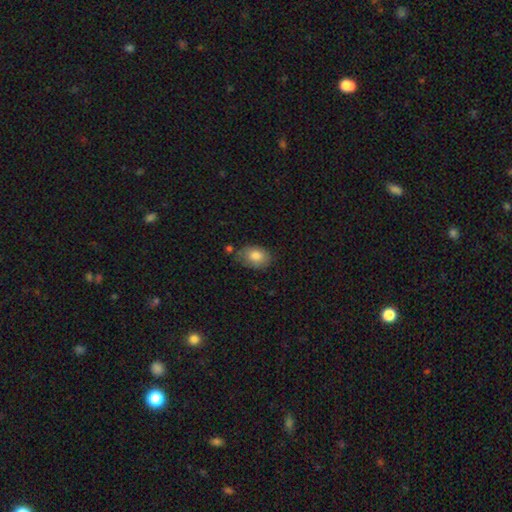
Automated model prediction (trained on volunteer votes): smooth-or-featured: smooth: 83% | featured or disk: 9% | star or artifact: 8%
  how-rounded: in between: 82% | round: 17% | cigar-shaped: 1%
  merging: none: 68% | minor disturbance: 23% | major disturbance: 5% | merger: 5%